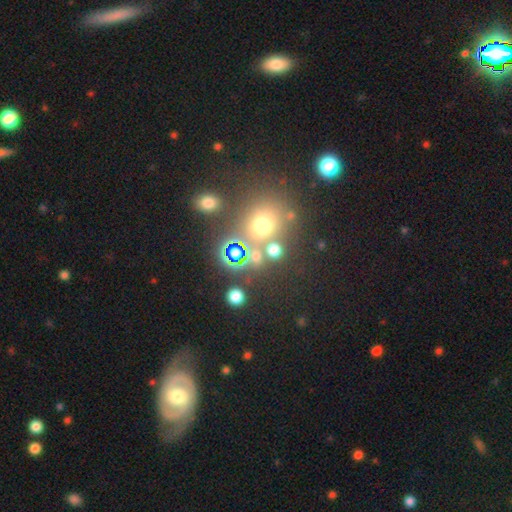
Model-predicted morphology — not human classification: smooth 56%, star or artifact 36%, featured or disk 9%. Down the decision tree: how rounded — round (77%); merging — none (70%).